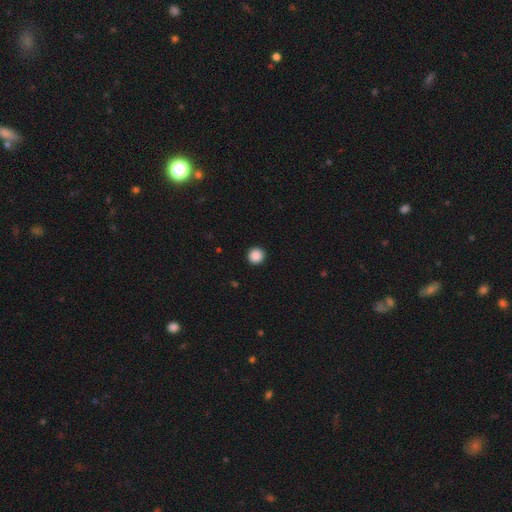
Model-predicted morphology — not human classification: Smooth or featured? smooth (88%)
How rounded? round (95%)
Merging? none (93%)